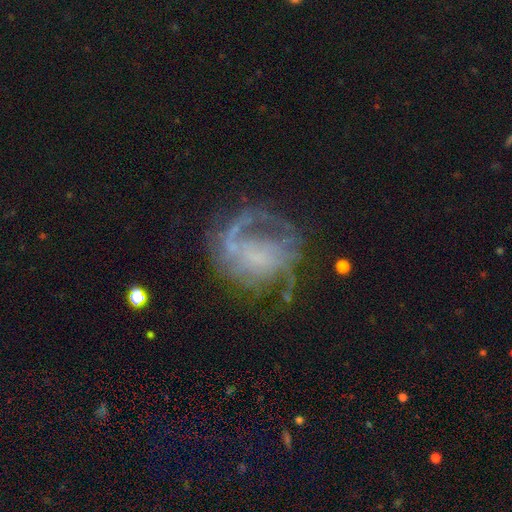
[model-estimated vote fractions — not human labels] Morphology: type=featured or disk (73%); edge-on=no (98%); bar=no (68%); spiral arms=yes (71%); winding=medium (35%); arm count=1 (46%); bulge=none (63%); merging=none (45%).